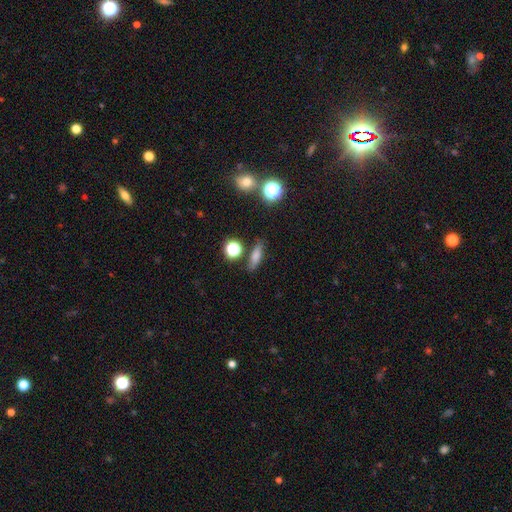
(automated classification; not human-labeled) A smooth galaxy with no disk features (72%) that is cigar-shaped (48%).

Vote fractions:
- Smooth or featured? smooth: 72% / featured or disk: 15% / star or artifact: 14%
- How rounded? cigar-shaped: 48% / in between: 42% / round: 10%
- Merging? none: 79% / minor disturbance: 13% / merger: 5% / major disturbance: 4%